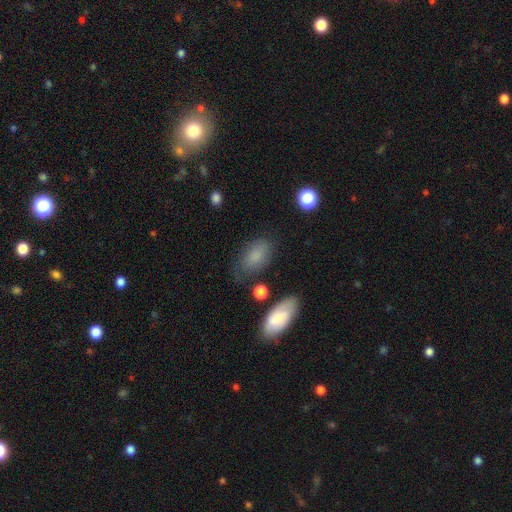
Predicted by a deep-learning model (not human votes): Smooth or featured: smooth — 81% (featured or disk — 10%)
How rounded: in between — 91% (round — 6%)
Merging: none — 64% (minor disturbance — 23%)